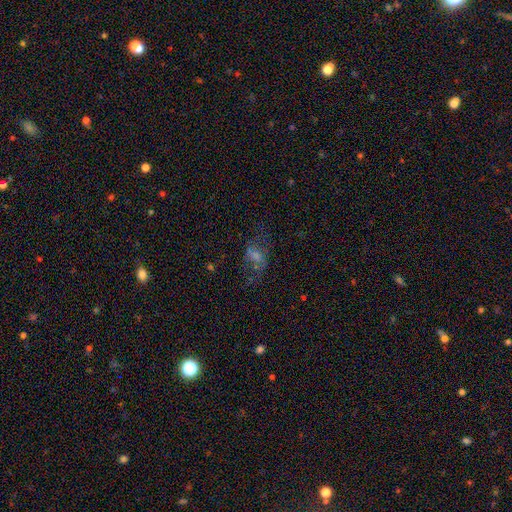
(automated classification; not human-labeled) Smooth or featured? Predicted: smooth (p=0.42). Merging? Predicted: none (p=0.46).